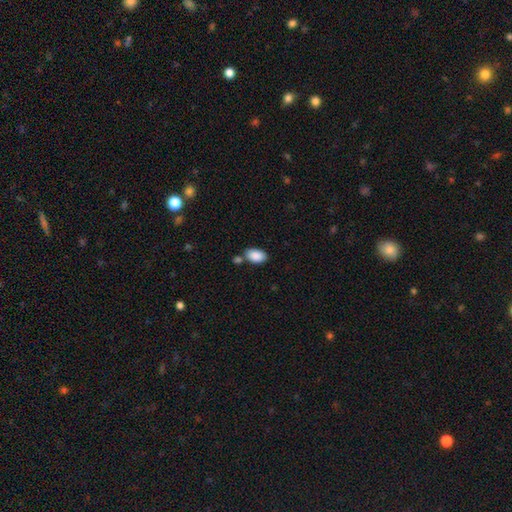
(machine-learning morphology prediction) A smooth galaxy with no disk features (89%) that is in between round and cigar-shaped (93%).

Vote fractions:
- Smooth or featured? smooth: 89% / star or artifact: 7% / featured or disk: 4%
- How rounded? in between: 93% / round: 6% / cigar-shaped: 1%
- Merging? none: 67% / merger: 16% / minor disturbance: 13% / major disturbance: 3%